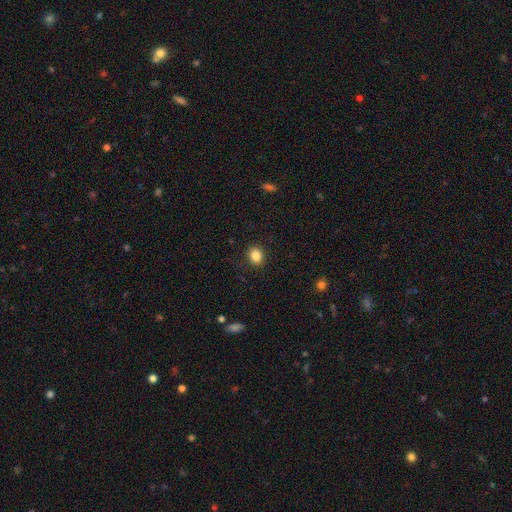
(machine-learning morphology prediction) Overall: smooth (86%). How rounded: round (68%; in between 31%). Merging: none (89%).